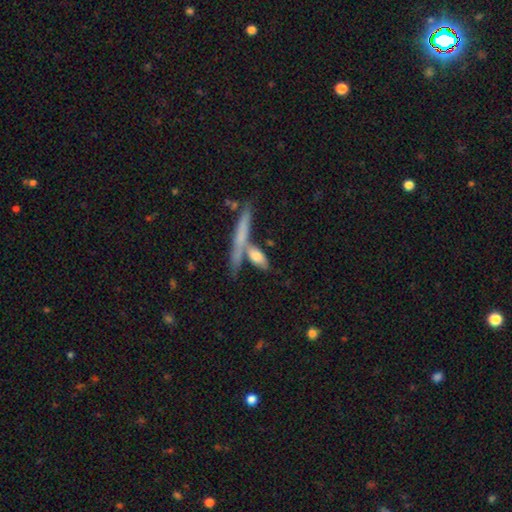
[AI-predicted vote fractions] Smooth or featured: smooth — 70% (featured or disk — 23%)
How rounded: in between — 55% (cigar-shaped — 40%)
Merging: none — 46% (merger — 34%)